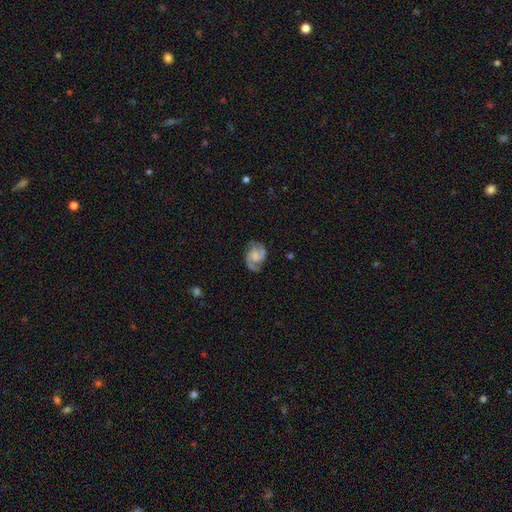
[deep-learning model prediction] A featured or disk galaxy (78%) with no bar (51%), 2 (86%) medium (52%) spiral arms (95%) and no central bulge (39%). Merging: none (70%).